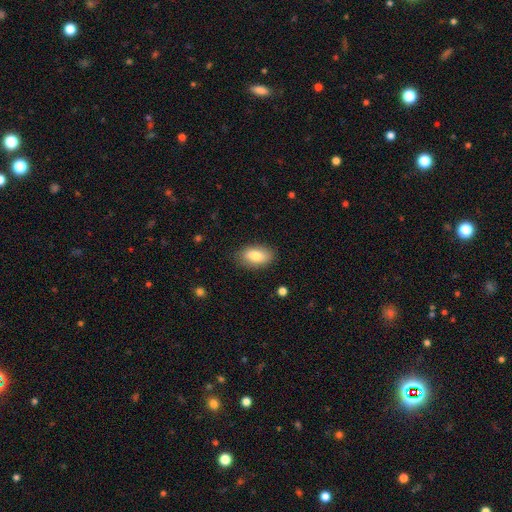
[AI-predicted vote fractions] Overall: smooth (81%). How rounded: in between (91%). Merging: none (84%).